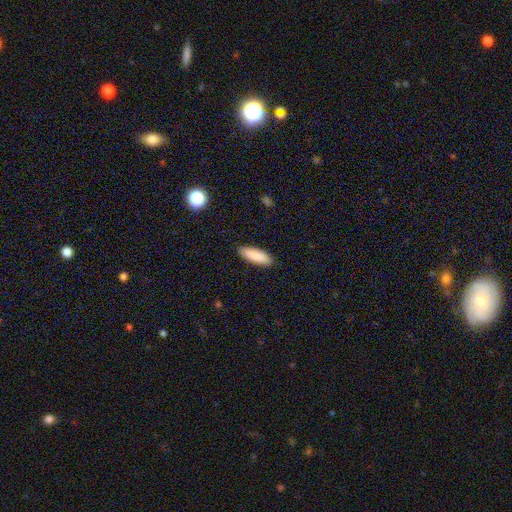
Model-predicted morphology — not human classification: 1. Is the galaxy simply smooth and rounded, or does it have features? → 89% smooth, 6% star or artifact, 5% featured or disk.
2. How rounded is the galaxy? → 56% in between, 42% cigar-shaped, 2% round.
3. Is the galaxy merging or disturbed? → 89% none, 9% minor disturbance, 2% major disturbance, 1% merger.